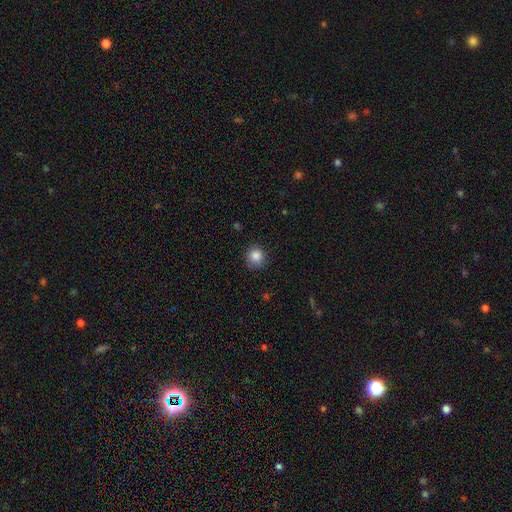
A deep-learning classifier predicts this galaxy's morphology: smooth-or-featured: smooth: 86% | star or artifact: 10% | featured or disk: 4%
  how-rounded: round: 90% | in between: 9% | cigar-shaped: 1%
  merging: none: 84% | minor disturbance: 12% | major disturbance: 3% | merger: 1%